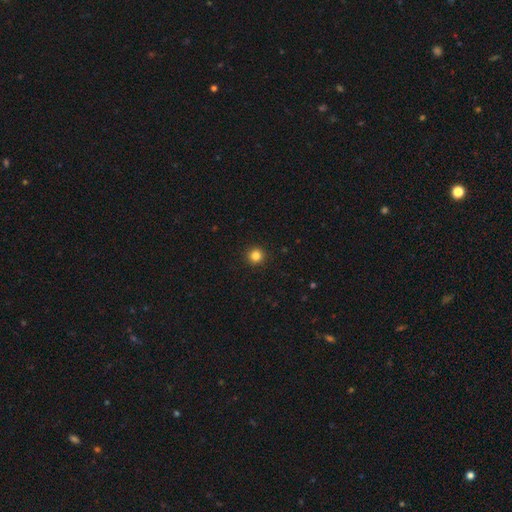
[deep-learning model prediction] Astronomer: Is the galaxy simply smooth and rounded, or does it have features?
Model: smooth — 84%.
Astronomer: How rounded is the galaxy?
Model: round — 95%.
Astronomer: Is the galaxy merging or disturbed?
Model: none — 93%.